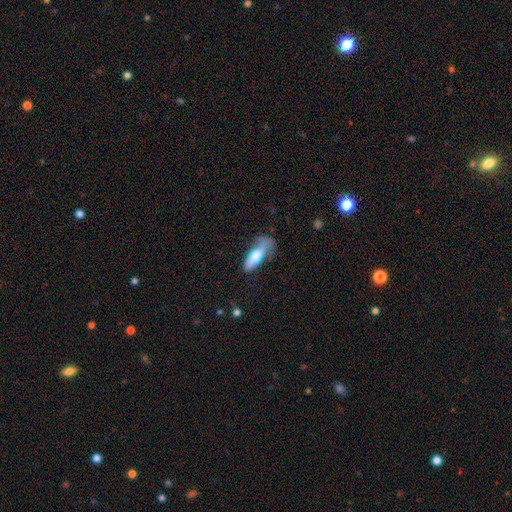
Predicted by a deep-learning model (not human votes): This appears to be a smooth galaxy with no disk features (64%) that is in between round and cigar-shaped (50%). Merging: none (33%).